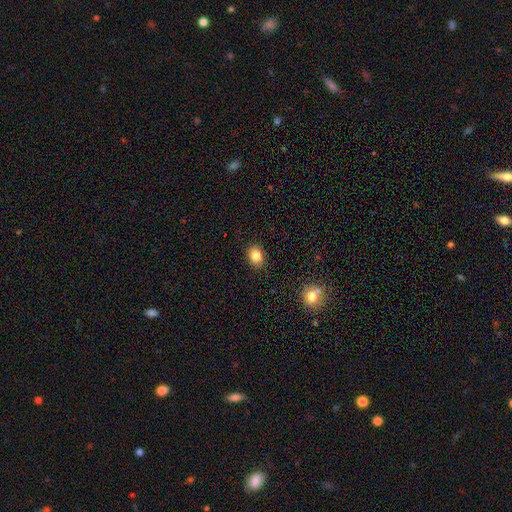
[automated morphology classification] smooth_or_featured: smooth (p=0.84) [alt: star or artifact p=0.10]
how_rounded: in between (p=0.63) [alt: round p=0.36]
merging: none (p=0.89) [alt: minor disturbance p=0.08]